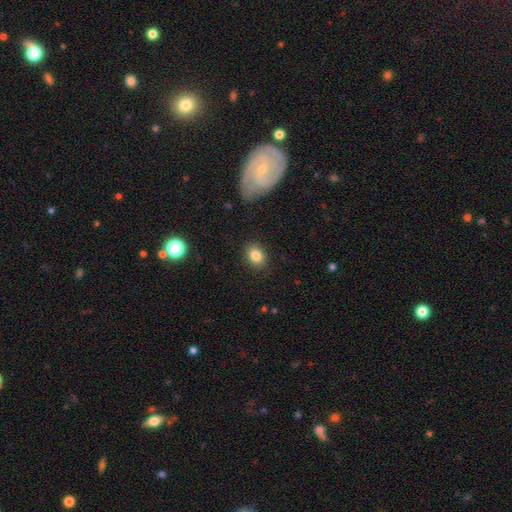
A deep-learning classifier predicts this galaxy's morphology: Q: Smooth or featured?
A: smooth (83%); runner-up: star or artifact (9%)
Q: How rounded?
A: in between (58%); runner-up: round (41%)
Q: Merging?
A: none (88%); runner-up: minor disturbance (8%)